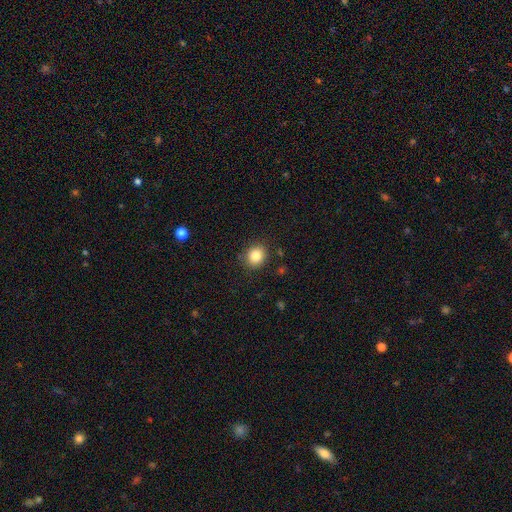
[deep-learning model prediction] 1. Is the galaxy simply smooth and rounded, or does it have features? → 84% smooth, 10% star or artifact, 6% featured or disk.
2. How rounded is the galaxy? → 74% round, 25% in between, 1% cigar-shaped.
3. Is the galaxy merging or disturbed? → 87% none, 9% minor disturbance, 3% major disturbance, 1% merger.